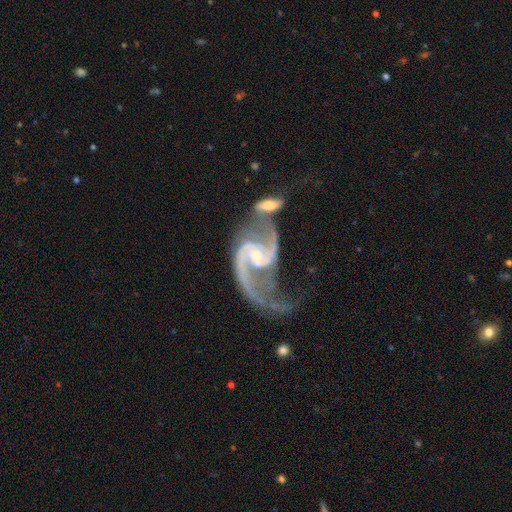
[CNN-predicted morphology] smooth_or_featured: featured or disk (p=0.93) [alt: star or artifact p=0.04]
disk_edge_on: no (p=0.98) [alt: yes p=0.02]
bar: no (p=0.48) [alt: weak p=0.38]
has_spiral_arms: yes (p=0.98) [alt: no p=0.02]
spiral_winding: loose (p=0.52) [alt: medium p=0.39]
spiral_arm_count: 2 (p=0.90) [alt: 1 p=0.03]
bulge_size: small (p=0.67) [alt: moderate p=0.26]
merging: merger (p=0.36) [alt: none p=0.25]